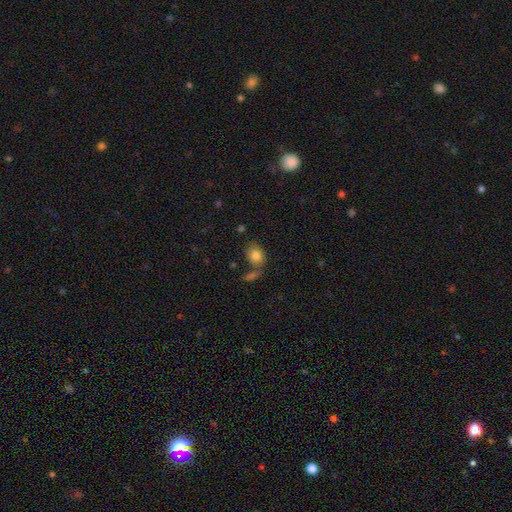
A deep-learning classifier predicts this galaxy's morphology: Smooth or featured?
  - smooth: 81% *
  - featured or disk: 10%
  - star or artifact: 9%
How rounded?
  - in between: 61% *
  - round: 37%
  - cigar-shaped: 1%
Merging?
  - none: 58% *
  - merger: 19%
  - minor disturbance: 16%
  - major disturbance: 6%